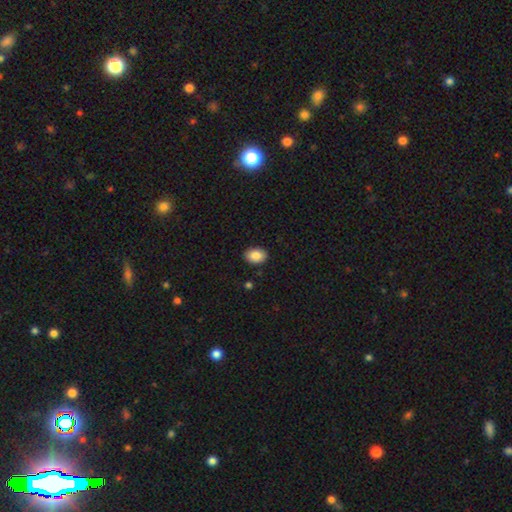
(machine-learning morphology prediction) This is clearly a smooth galaxy (86%). How rounded: likely in between (75%). Merging: clearly none (89%).